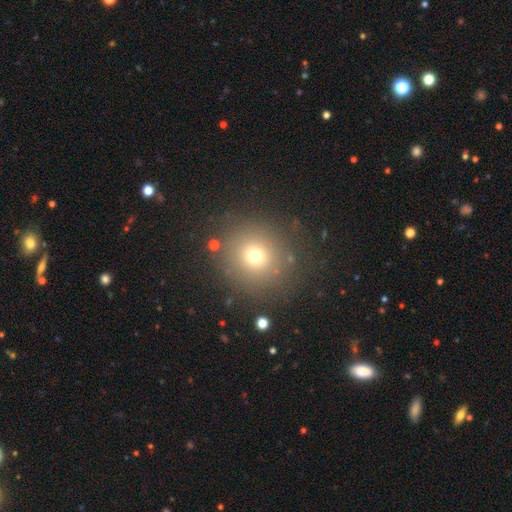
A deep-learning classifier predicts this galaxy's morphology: Q: Smooth or featured?
A: smooth (65%); runner-up: star or artifact (26%)
Q: How rounded?
A: round (91%); runner-up: in between (7%)
Q: Merging?
A: none (88%); runner-up: minor disturbance (7%)